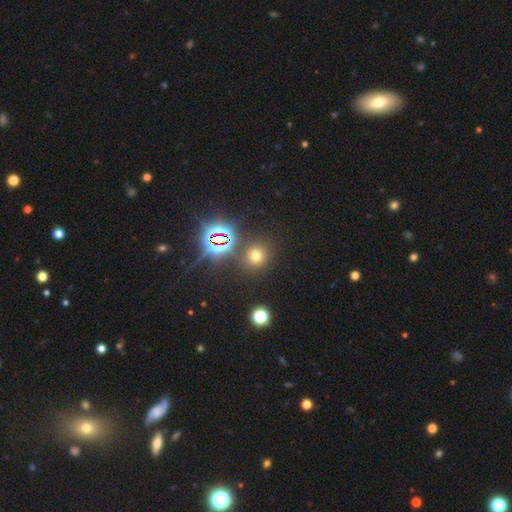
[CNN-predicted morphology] Smooth or featured?
  - smooth: 60% *
  - star or artifact: 32%
  - featured or disk: 8%
How rounded?
  - round: 90% *
  - in between: 9%
  - cigar-shaped: 1%
Merging?
  - none: 83% *
  - minor disturbance: 7%
  - merger: 6%
  - major disturbance: 4%